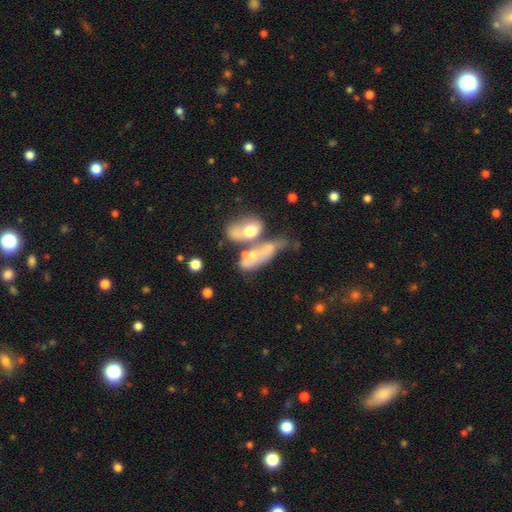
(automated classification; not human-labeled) Q: Smooth or featured?
A: smooth (52%); runner-up: featured or disk (38%)
Q: How rounded?
A: in between (73%); runner-up: cigar-shaped (17%)
Q: Merging?
A: merger (56%); runner-up: none (18%)